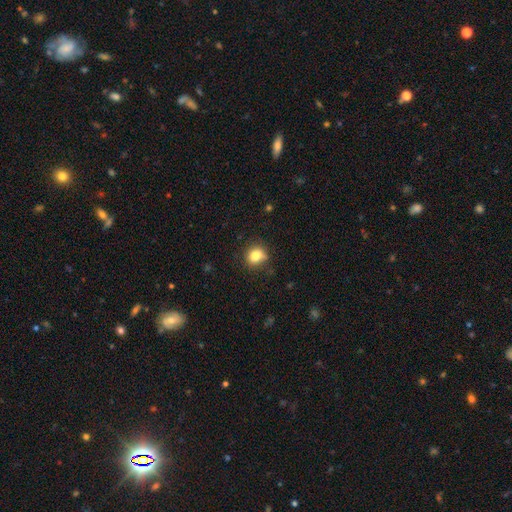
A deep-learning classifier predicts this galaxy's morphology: A smooth galaxy with no disk features (82%) that is round (62%). Merging: none (76%).